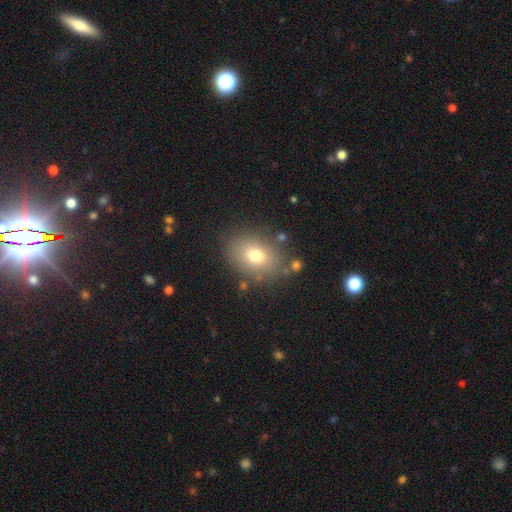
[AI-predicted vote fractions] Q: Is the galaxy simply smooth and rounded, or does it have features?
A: smooth — 74%.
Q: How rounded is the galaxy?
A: in between — 64%.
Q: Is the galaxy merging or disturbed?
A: none — 79%.